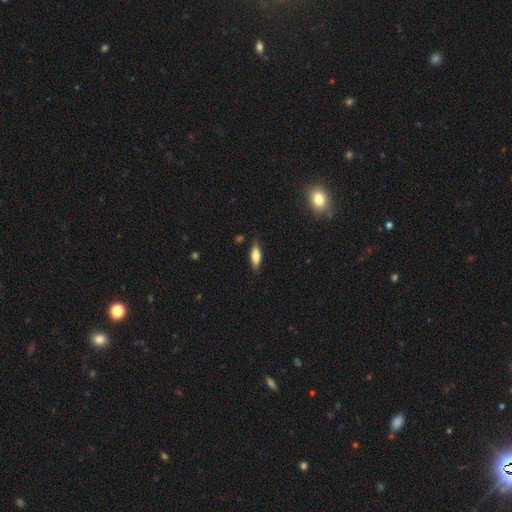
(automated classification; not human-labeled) Smooth or featured: smooth — 61% (featured or disk — 33%)
How rounded: in between — 54% (cigar-shaped — 43%)
Merging: none — 84% (minor disturbance — 12%)